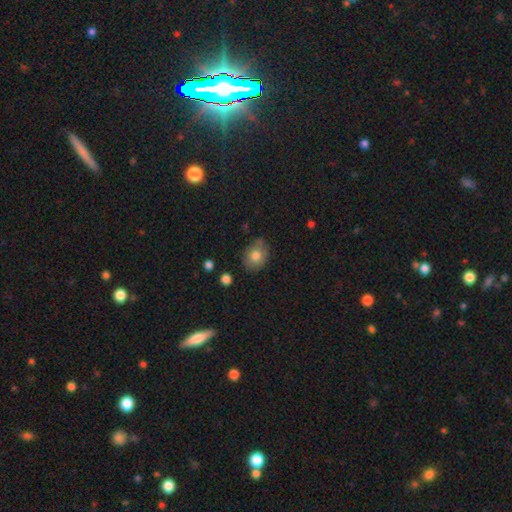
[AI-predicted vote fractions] The model was most divided on "how rounded": in between: 51%, round: 48%, cigar-shaped: 1%. More confident: smooth or featured — smooth (77%); merging — none (72%).